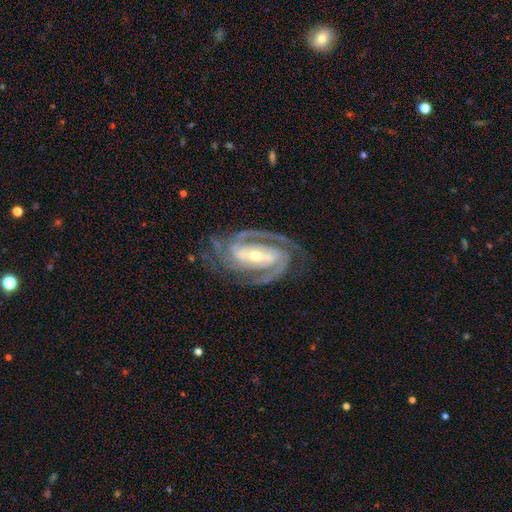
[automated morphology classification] This appears to be a featured or disk galaxy (93%) with a strong bar (58%), 2 (64%) tight (58%) spiral arms (99%) and a moderate central bulge (50%). Merging: none (78%).